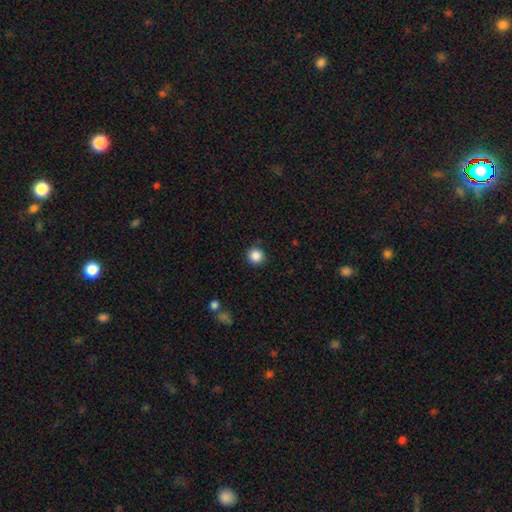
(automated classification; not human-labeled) Smooth or featured? Predicted: smooth (p=0.87). How rounded? Predicted: round (p=0.95). Merging? Predicted: none (p=0.91).